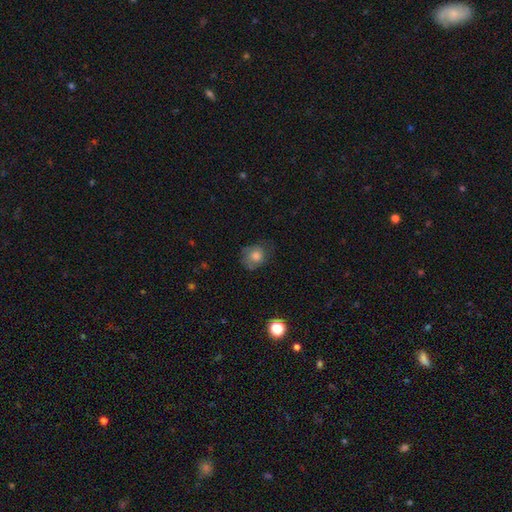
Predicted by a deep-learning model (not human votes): This appears to be a smooth galaxy with no disk features (68%) that is round (63%). Merging: none (59%).